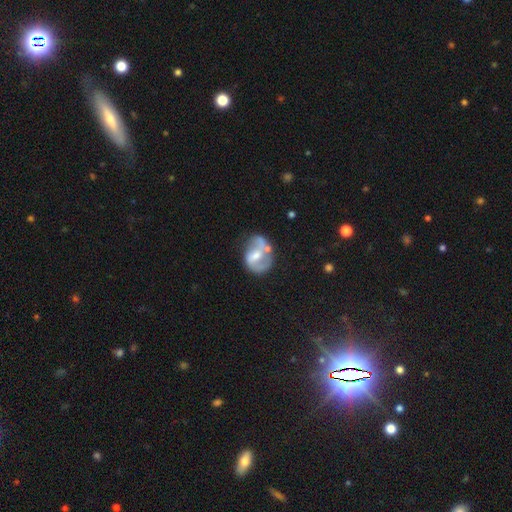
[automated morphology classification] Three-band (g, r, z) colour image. It shows a featured or disk galaxy (69%) with a weak bar (44%), spiral arms (70%) and a moderate central bulge (54%). Merging: none (46%).